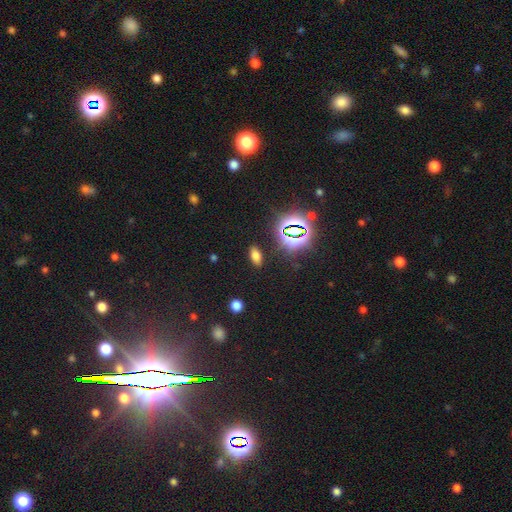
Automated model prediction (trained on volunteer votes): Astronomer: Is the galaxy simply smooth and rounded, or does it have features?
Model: smooth — 63%.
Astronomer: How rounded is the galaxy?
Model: in between — 85%.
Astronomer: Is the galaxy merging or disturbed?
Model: none — 88%.